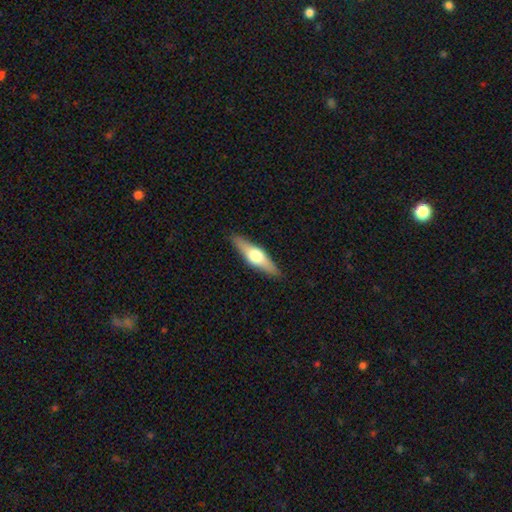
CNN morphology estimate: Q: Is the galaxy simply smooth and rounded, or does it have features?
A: featured or disk — 60%.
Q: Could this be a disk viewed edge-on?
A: yes — 95%.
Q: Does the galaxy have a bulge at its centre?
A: rounded — 93%.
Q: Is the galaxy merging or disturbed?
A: none — 89%.